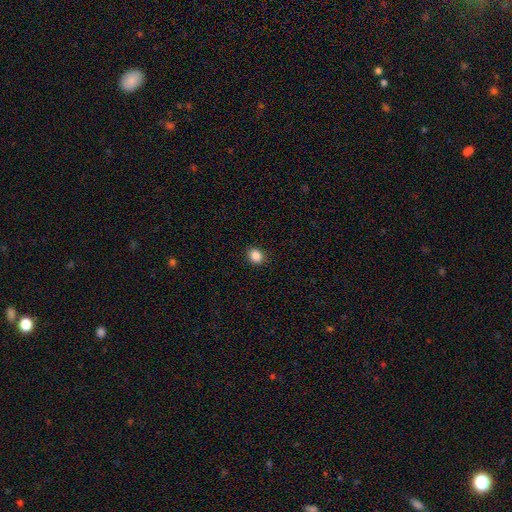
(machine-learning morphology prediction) smooth-or-featured: smooth: 87% | star or artifact: 10% | featured or disk: 3%
  how-rounded: round: 63% | in between: 36% | cigar-shaped: 1%
  merging: none: 90% | minor disturbance: 7% | major disturbance: 2% | merger: 1%